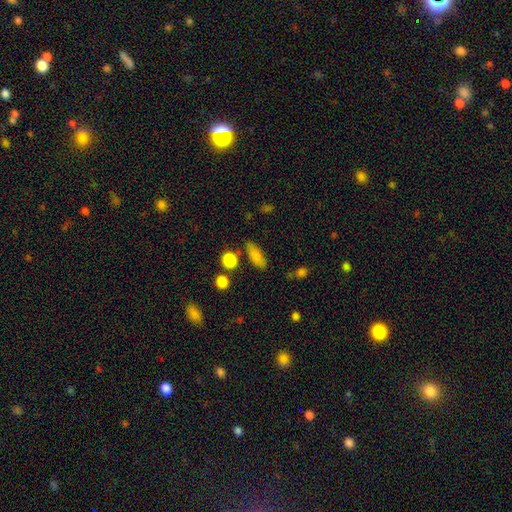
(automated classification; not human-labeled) Overall: smooth (82%). How rounded: in between (65%; cigar-shaped 28%). Merging: none (73%).